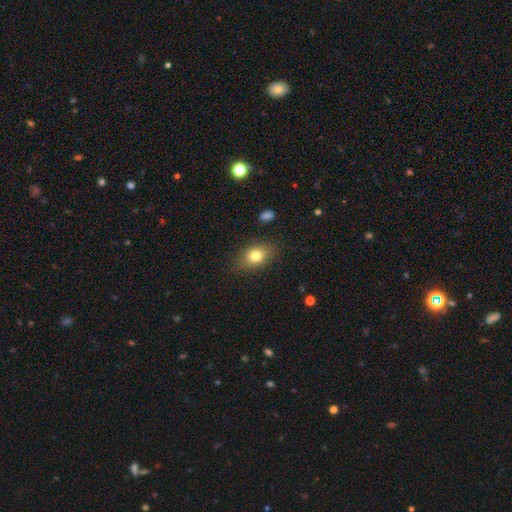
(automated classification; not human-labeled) This is likely a smooth galaxy (79%). How rounded: likely in between (76%). Merging: clearly none (84%).